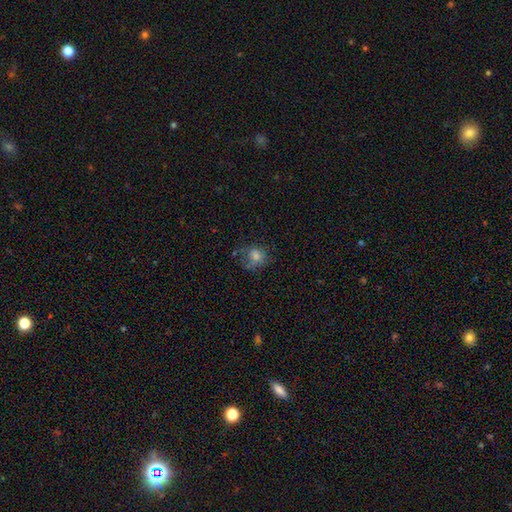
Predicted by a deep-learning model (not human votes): Morphology: type=smooth (63%); roundness=round (73%); merging=none (55%).